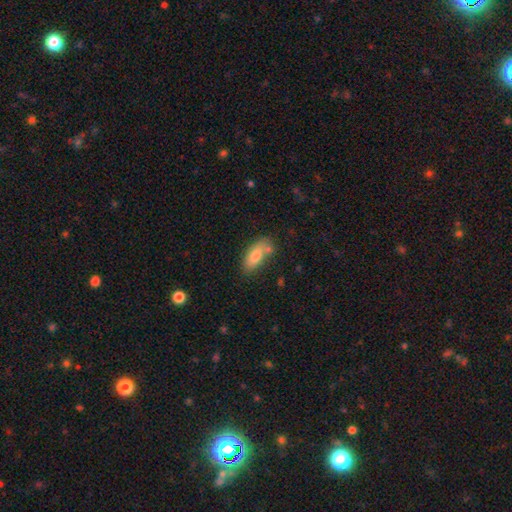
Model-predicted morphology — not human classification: Smooth or featured? Predicted: smooth (p=0.77). How rounded? Predicted: in between (p=0.79). Merging? Predicted: none (p=0.61).